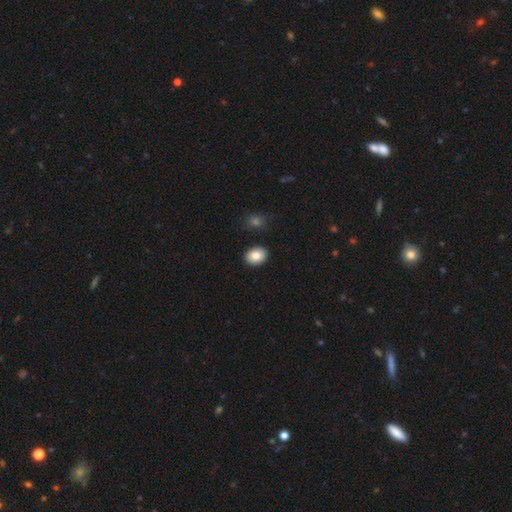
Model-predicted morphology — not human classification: Smooth or featured: smooth — 84% (featured or disk — 9%)
How rounded: in between — 67% (round — 32%)
Merging: none — 88% (minor disturbance — 8%)